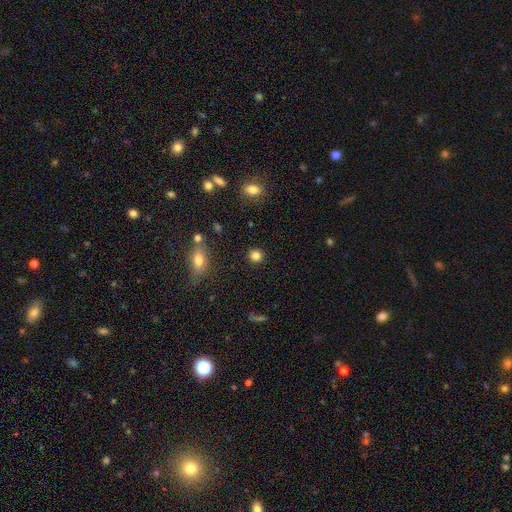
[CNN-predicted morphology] smooth_or_featured: smooth (p=0.83) [alt: star or artifact p=0.12]
how_rounded: round (p=0.91) [alt: in between p=0.08]
merging: none (p=0.90) [alt: minor disturbance p=0.06]